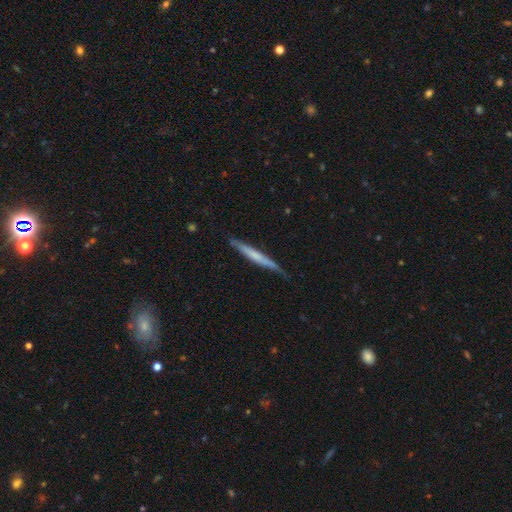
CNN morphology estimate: Smooth or featured: smooth — 48% (featured or disk — 47%)
Merging: none — 78% (minor disturbance — 18%)